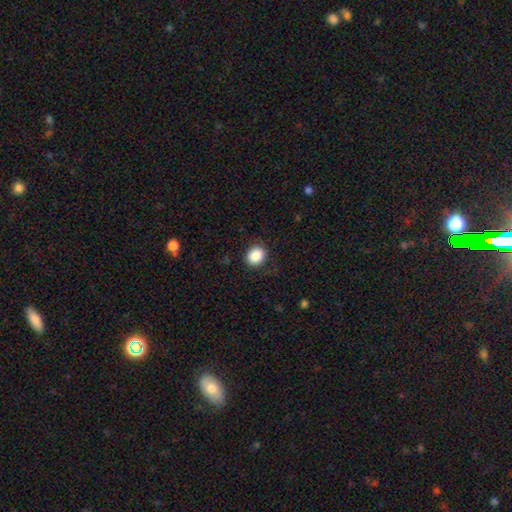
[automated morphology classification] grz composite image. It shows a smooth galaxy with no disk features (88%) that is round (64%). Merging: none (85%).